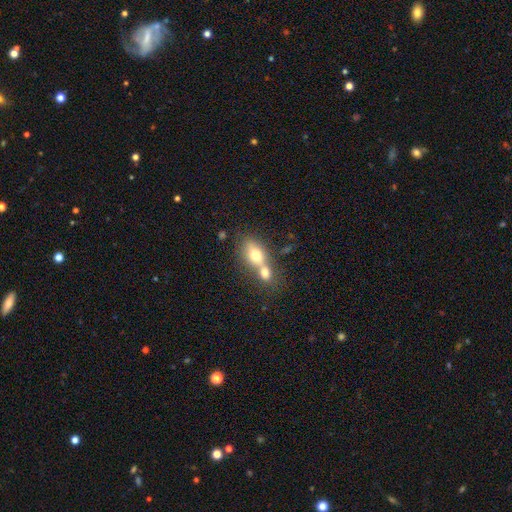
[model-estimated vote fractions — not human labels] Smooth or featured? smooth (69%)
How rounded? in between (71%)
Merging? merger (63%)